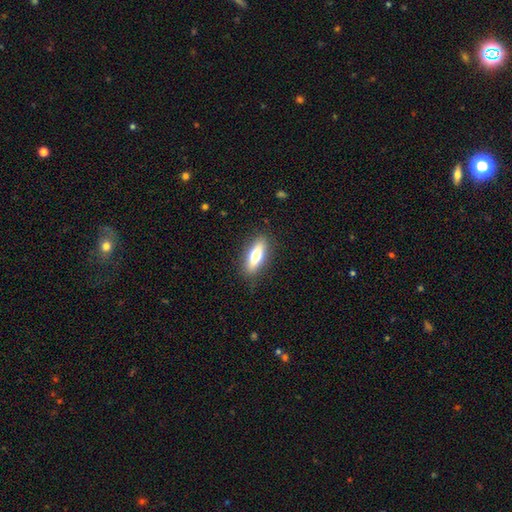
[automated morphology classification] Smooth or featured?
  - smooth: 63% *
  - featured or disk: 31%
  - star or artifact: 7%
How rounded?
  - in between: 56% *
  - cigar-shaped: 42%
  - round: 3%
Merging?
  - none: 87% *
  - minor disturbance: 9%
  - major disturbance: 3%
  - merger: 1%